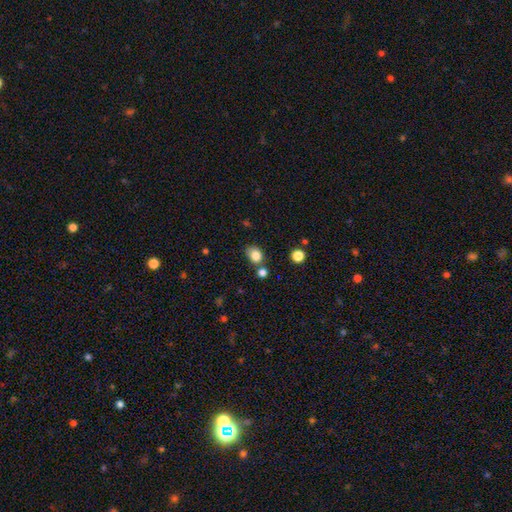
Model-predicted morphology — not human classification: Smooth or featured?
  - smooth: 82% *
  - star or artifact: 11%
  - featured or disk: 6%
How rounded?
  - in between: 53% *
  - round: 46%
  - cigar-shaped: 1%
Merging?
  - none: 67% *
  - minor disturbance: 15%
  - merger: 13%
  - major disturbance: 4%